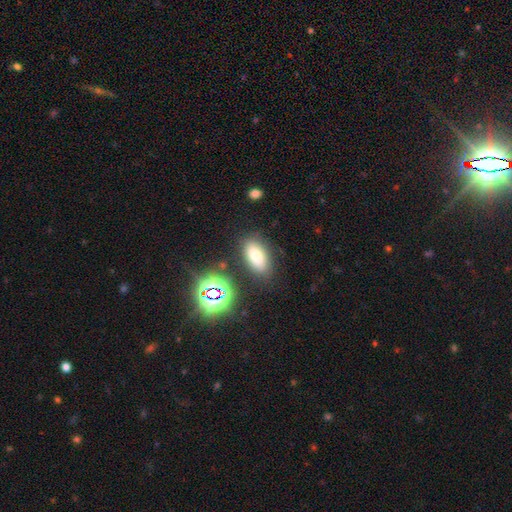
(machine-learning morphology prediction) Smooth or featured? Predicted: smooth (p=0.72). How rounded? Predicted: in between (p=0.88). Merging? Predicted: none (p=0.81).